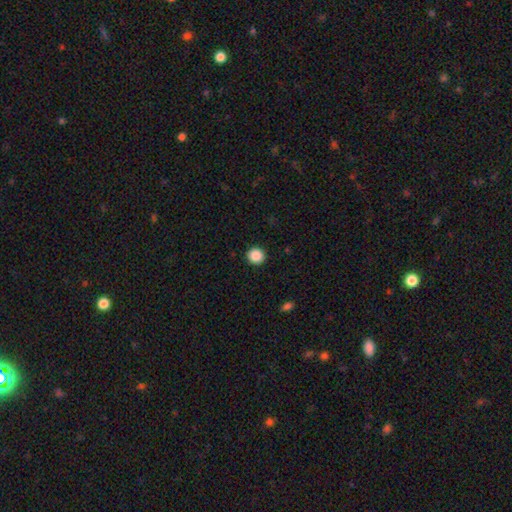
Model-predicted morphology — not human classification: Smooth or featured? smooth (88%)
How rounded? round (94%)
Merging? none (93%)